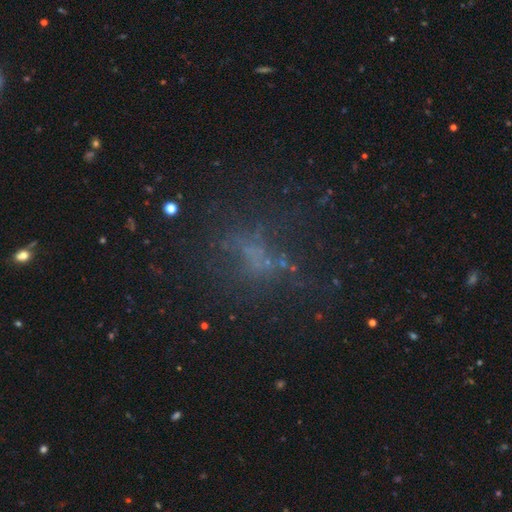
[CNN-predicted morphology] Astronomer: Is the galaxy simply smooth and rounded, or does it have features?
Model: star or artifact — 37% (runner-up: featured or disk, 36%).